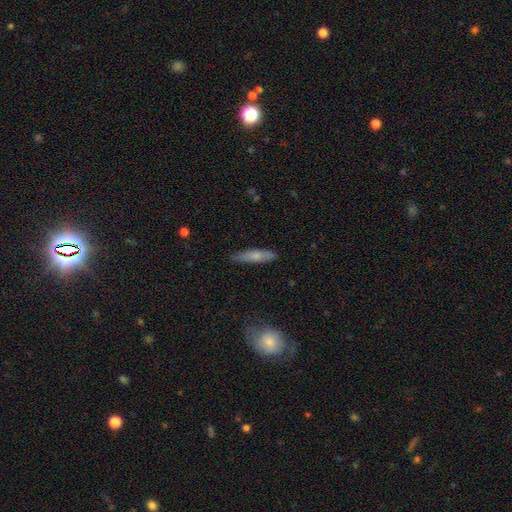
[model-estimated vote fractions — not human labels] smooth_or_featured: smooth (p=0.65) [alt: featured or disk p=0.28]
how_rounded: cigar-shaped (p=0.81) [alt: in between p=0.17]
merging: none (p=0.83) [alt: minor disturbance p=0.13]